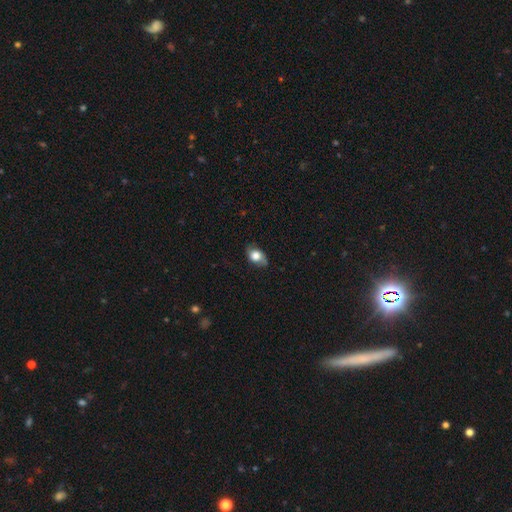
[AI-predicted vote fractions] A smooth galaxy with no disk features (68%) that is in between round and cigar-shaped (80%). Merging: none (73%).